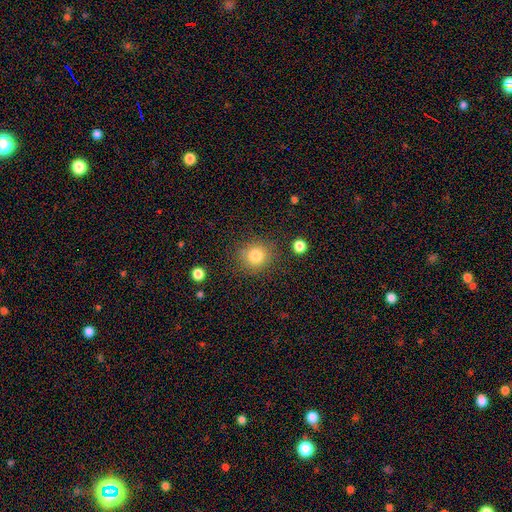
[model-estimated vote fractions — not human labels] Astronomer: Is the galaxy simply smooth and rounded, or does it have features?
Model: smooth — 81%.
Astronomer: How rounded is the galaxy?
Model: round — 86%.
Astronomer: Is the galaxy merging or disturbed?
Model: none — 83%.